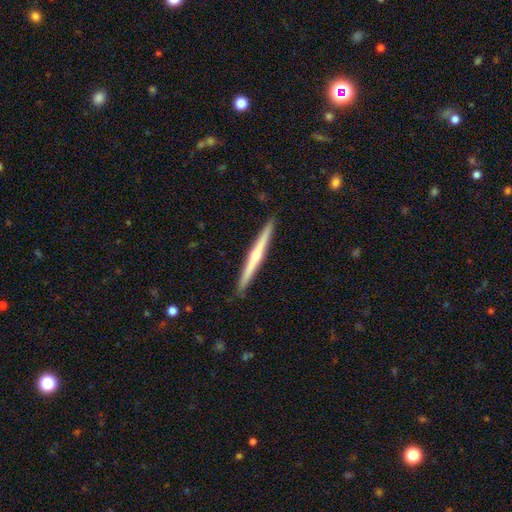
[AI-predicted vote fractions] Smooth or featured? featured or disk (68%)
Edge-on disk? yes (98%)
Edge-on bulge? rounded (72%)
Merging? none (92%)